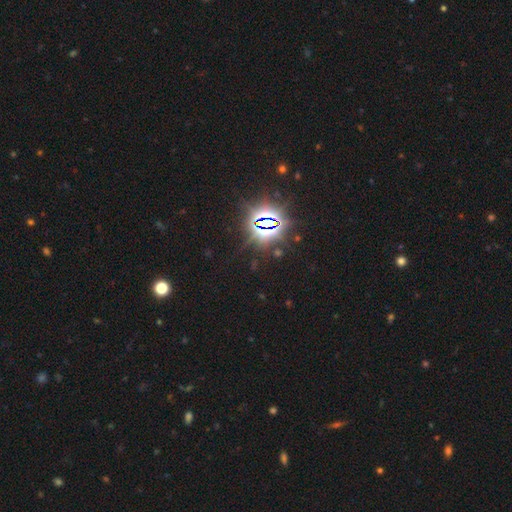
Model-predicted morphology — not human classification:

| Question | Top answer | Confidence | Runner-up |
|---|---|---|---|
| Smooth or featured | star or artifact | 85% | smooth (9%) |